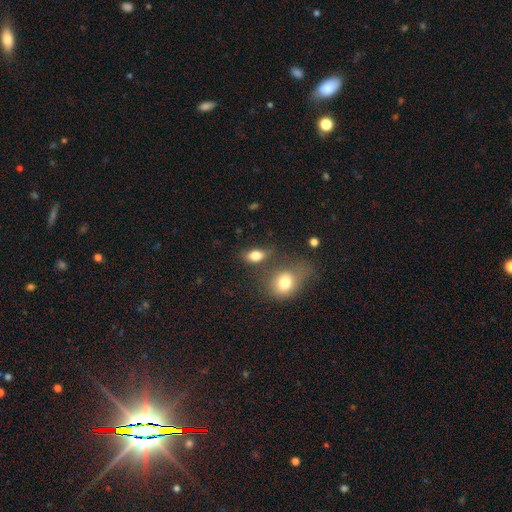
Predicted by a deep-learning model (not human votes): Morphology: type=smooth (80%); roundness=in between (81%); merging=none (61%).